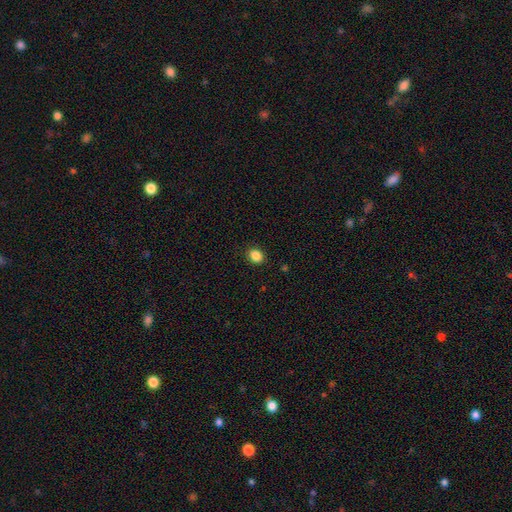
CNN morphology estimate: Smooth or featured?
  - smooth: 86% *
  - star or artifact: 10%
  - featured or disk: 3%
How rounded?
  - round: 50% *
  - in between: 49%
  - cigar-shaped: 1%
Merging?
  - none: 90% *
  - minor disturbance: 7%
  - major disturbance: 2%
  - merger: 1%